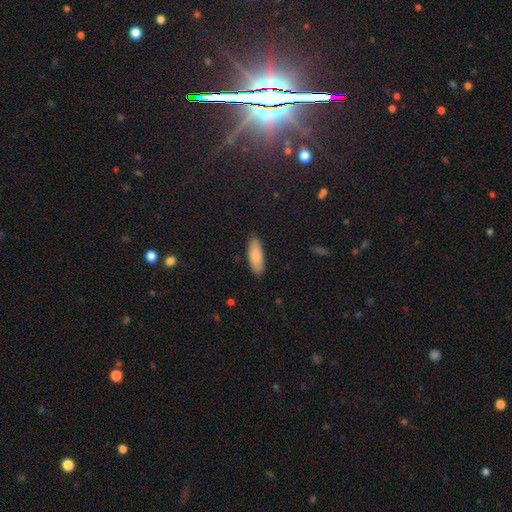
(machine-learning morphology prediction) This is clearly a smooth galaxy (86%). How rounded: likely in between (69%). Merging: clearly none (87%).